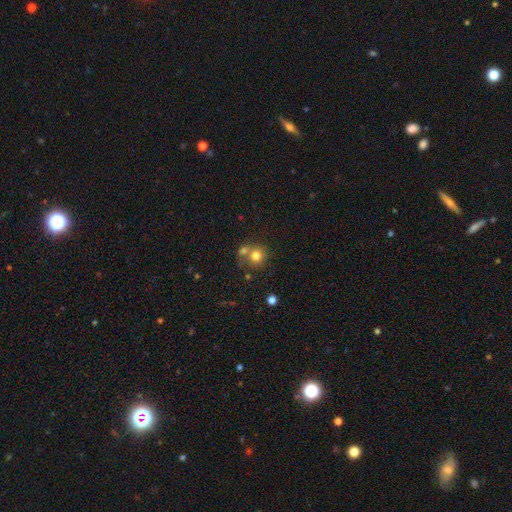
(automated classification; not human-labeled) Morphology: type=smooth (76%); roundness=round (88%); merging=none (50%).